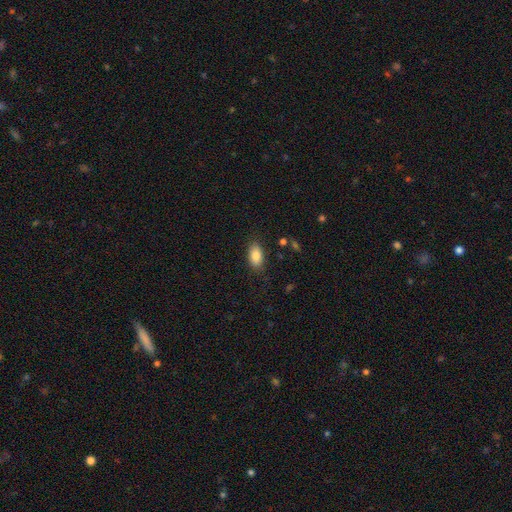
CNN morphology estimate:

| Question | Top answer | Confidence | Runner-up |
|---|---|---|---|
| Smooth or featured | smooth | 85% | star or artifact (8%) |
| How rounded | in between | 91% | round (5%) |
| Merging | none | 84% | minor disturbance (11%) |